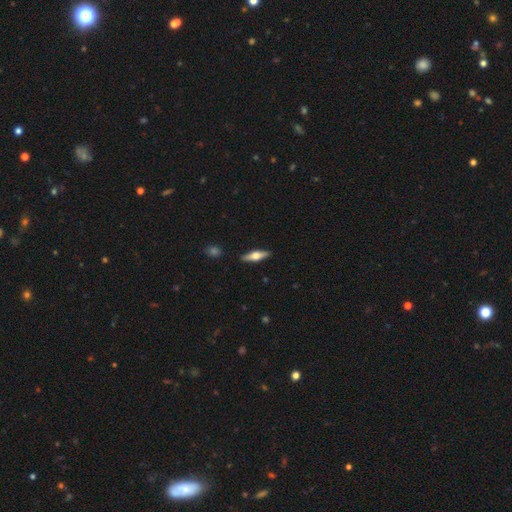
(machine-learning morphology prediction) Smooth or featured: featured or disk — 56% (smooth — 38%)
Edge-on disk: yes — 95% (no — 5%)
Edge-on bulge: rounded — 93% (boxy — 5%)
Merging: none — 90% (minor disturbance — 7%)